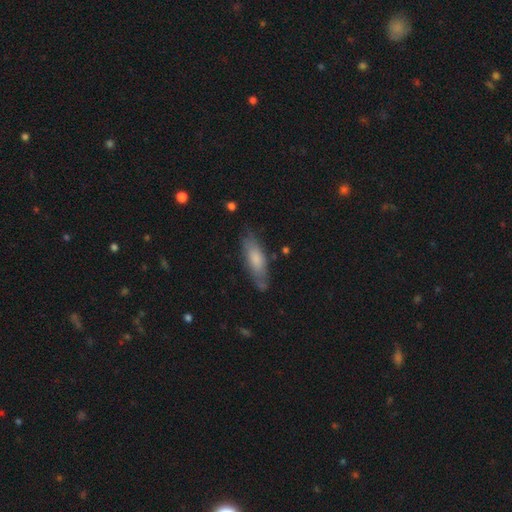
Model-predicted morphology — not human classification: type=smooth (65%); roundness=in between (51%); merging=none (75%).